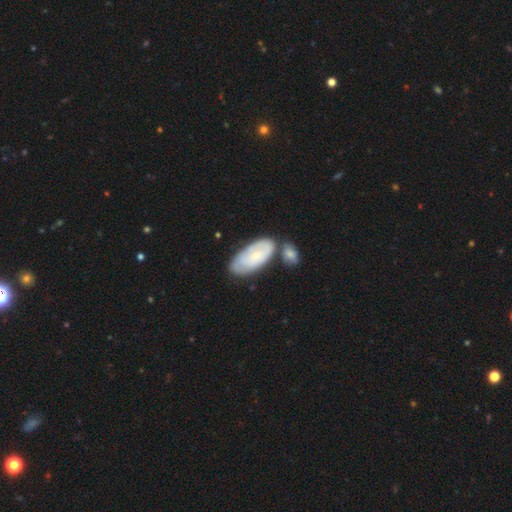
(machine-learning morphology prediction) A smooth galaxy with no disk features (50%) that is in between round and cigar-shaped (90%). Merging: none (47%).